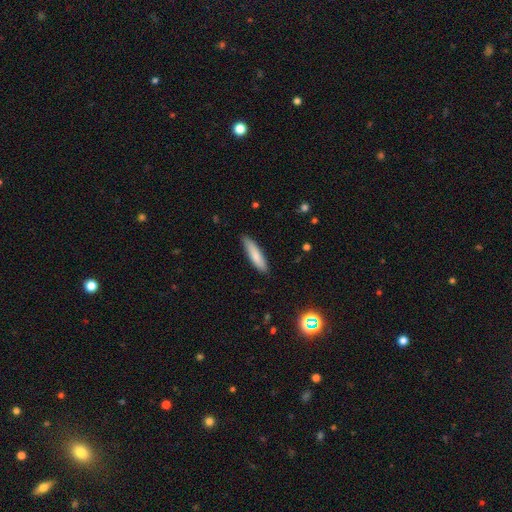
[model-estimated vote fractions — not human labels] Smooth or featured? smooth (81%)
How rounded? cigar-shaped (75%)
Merging? none (85%)